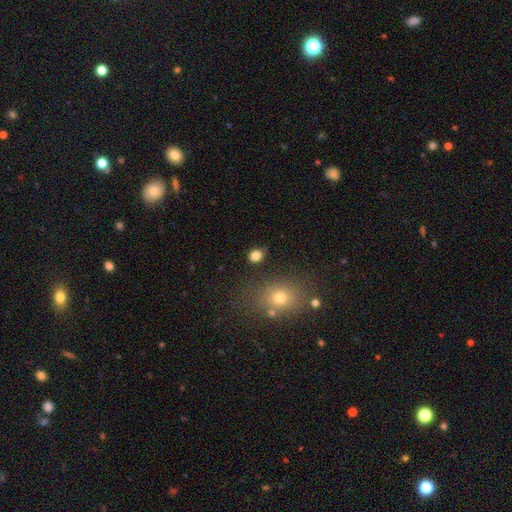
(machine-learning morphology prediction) A smooth galaxy with no disk features (82%) that is round (58%).

Vote fractions:
- Smooth or featured? smooth: 82% / star or artifact: 13% / featured or disk: 6%
- How rounded? round: 58% / in between: 40% / cigar-shaped: 1%
- Merging? none: 83% / minor disturbance: 9% / merger: 4% / major disturbance: 3%